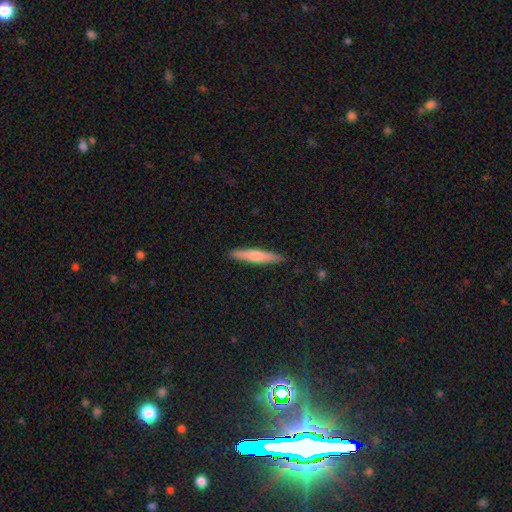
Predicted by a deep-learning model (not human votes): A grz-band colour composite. It shows a smooth galaxy with no disk features (66%) that is cigar-shaped (92%). Merging: none (90%).